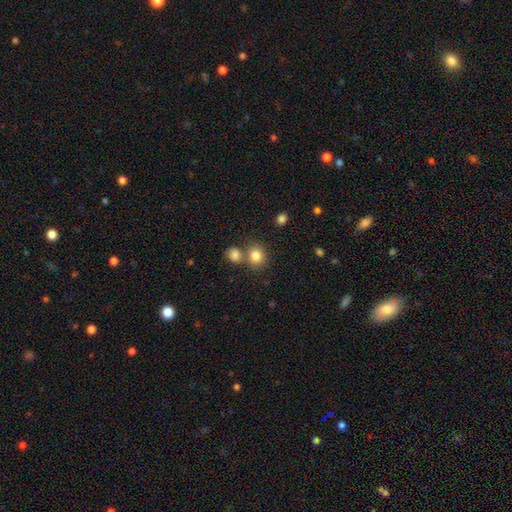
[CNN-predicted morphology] A smooth galaxy with no disk features (83%) that is round (77%).

Vote fractions:
- Smooth or featured? smooth: 83% / star or artifact: 11% / featured or disk: 7%
- How rounded? round: 77% / in between: 22% / cigar-shaped: 1%
- Merging? none: 59% / merger: 29% / minor disturbance: 9% / major disturbance: 3%